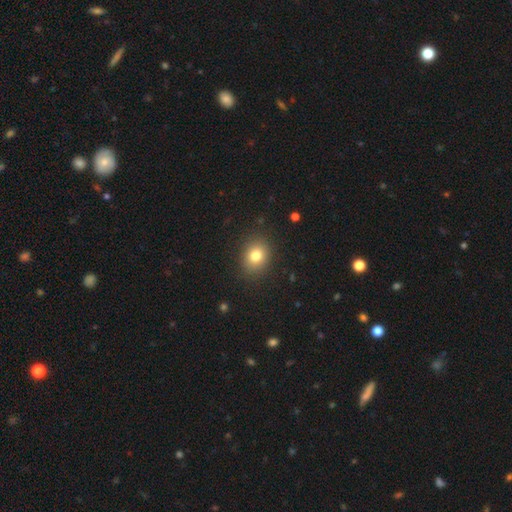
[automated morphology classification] smooth-or-featured: smooth: 79% | star or artifact: 12% | featured or disk: 9%
  how-rounded: round: 60% | in between: 39% | cigar-shaped: 1%
  merging: none: 88% | minor disturbance: 8% | major disturbance: 3% | merger: 1%